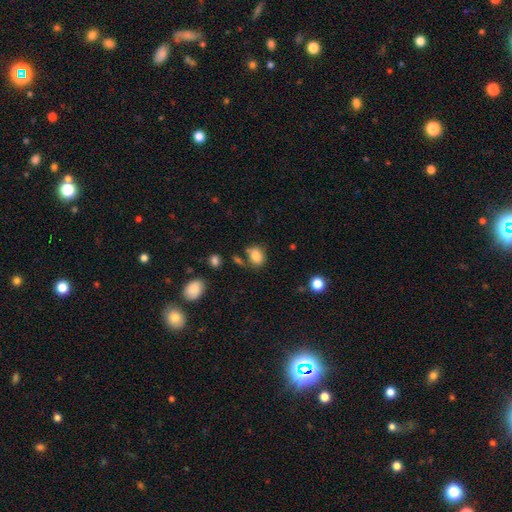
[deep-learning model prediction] Smooth or featured? smooth (83%)
How rounded? in between (60%)
Merging? none (65%)